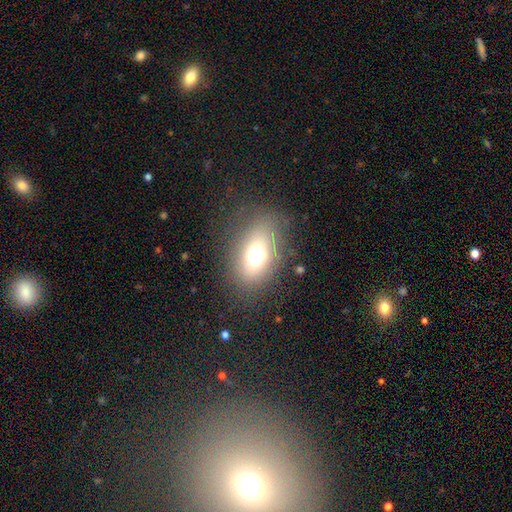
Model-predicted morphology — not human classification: Smooth or featured: smooth — 63% (star or artifact — 19%)
How rounded: in between — 66% (round — 32%)
Merging: none — 74% (minor disturbance — 14%)